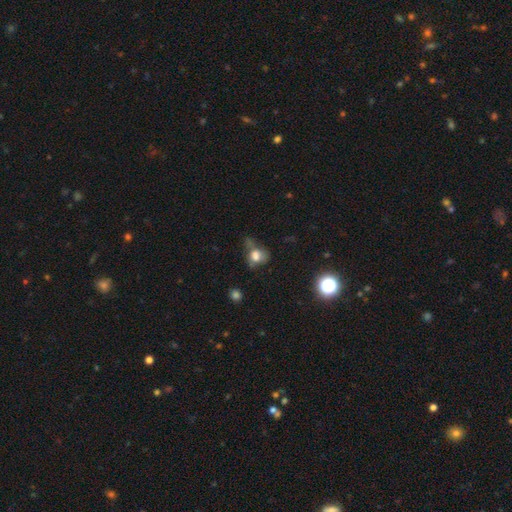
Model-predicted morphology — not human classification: smooth 66%, featured or disk 18%, star or artifact 16%. Down the decision tree: how rounded — in between (50%); merging — none (31%).